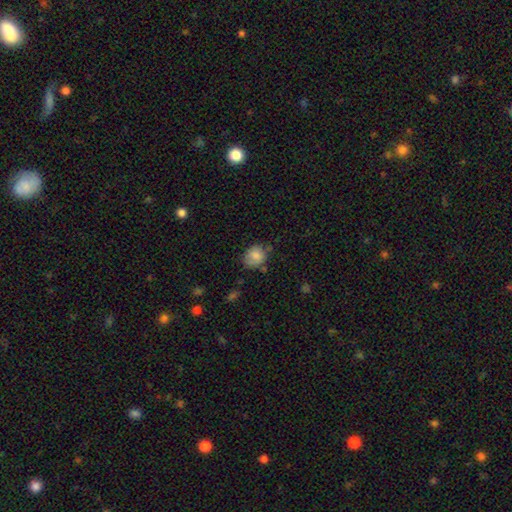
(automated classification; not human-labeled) Q: Smooth or featured?
A: smooth (80%); runner-up: featured or disk (12%)
Q: How rounded?
A: round (62%); runner-up: in between (37%)
Q: Merging?
A: none (61%); runner-up: minor disturbance (27%)